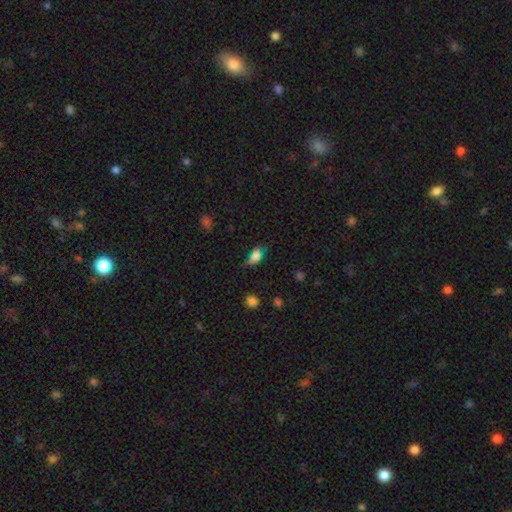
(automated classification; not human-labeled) smooth-or-featured: smooth: 69% | star or artifact: 18% | featured or disk: 13%
  how-rounded: in between: 79% | cigar-shaped: 13% | round: 7%
  merging: none: 50% | minor disturbance: 30% | major disturbance: 14% | merger: 5%